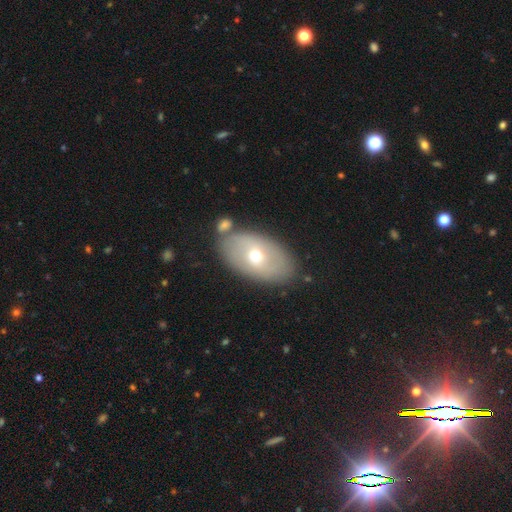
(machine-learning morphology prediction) Smooth or featured? Predicted: smooth (p=0.52). How rounded? Predicted: in between (p=0.91). Merging? Predicted: none (p=0.72).